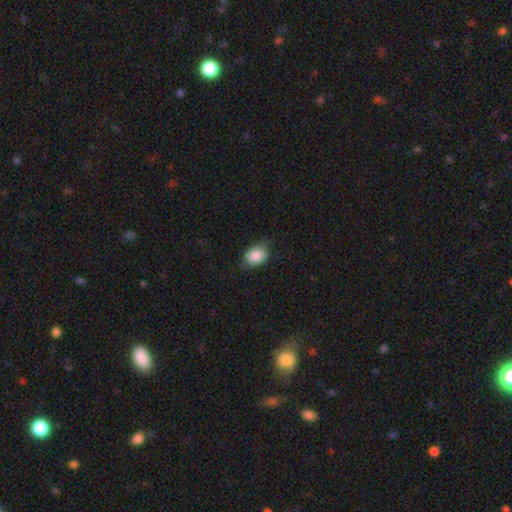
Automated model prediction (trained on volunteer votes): Smooth or featured: smooth — 86% (star or artifact — 7%)
How rounded: in between — 77% (round — 22%)
Merging: none — 67% (minor disturbance — 26%)